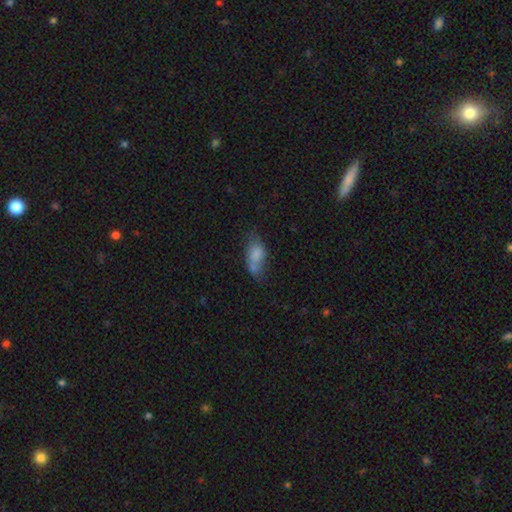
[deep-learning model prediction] smooth_or_featured: smooth (p=0.71) [alt: featured or disk p=0.19]
how_rounded: in between (p=0.87) [alt: cigar-shaped p=0.07]
merging: none (p=0.36) [alt: merger p=0.26]